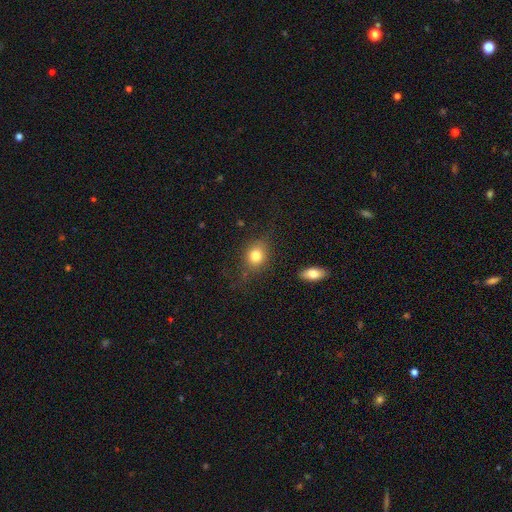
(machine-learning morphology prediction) smooth 79%, featured or disk 11%, star or artifact 10%. Down the decision tree: how rounded — round (52%); merging — none (73%).